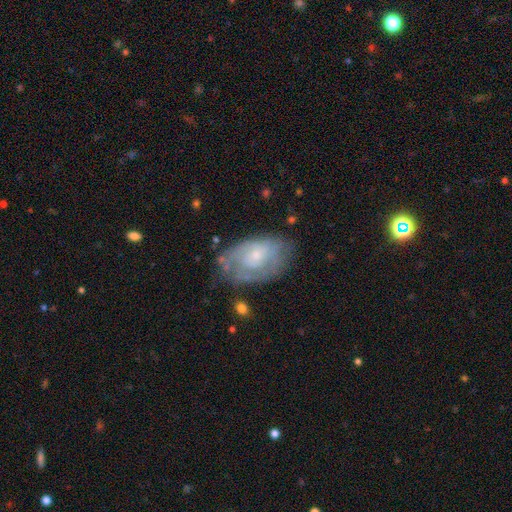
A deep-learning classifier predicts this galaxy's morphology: smooth_or_featured: featured or disk (p=0.66) [alt: smooth p=0.28]
disk_edge_on: no (p=0.96) [alt: yes p=0.04]
bar: no (p=0.75) [alt: weak p=0.22]
has_spiral_arms: yes (p=0.72) [alt: no p=0.28]
bulge_size: small (p=0.67) [alt: moderate p=0.26]
merging: none (p=0.60) [alt: minor disturbance p=0.26]